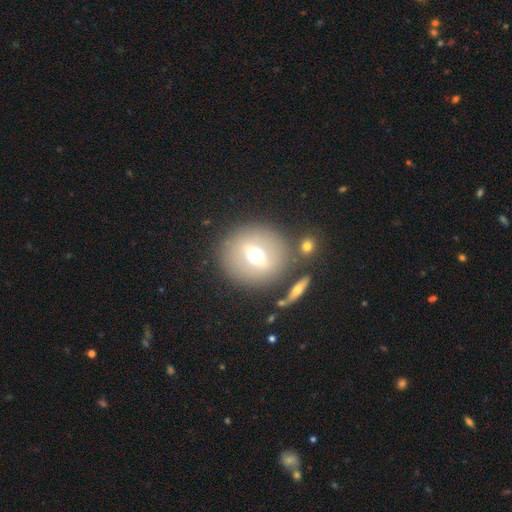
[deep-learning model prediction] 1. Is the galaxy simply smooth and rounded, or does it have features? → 51% smooth, 36% featured or disk, 13% star or artifact.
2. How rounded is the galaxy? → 83% round, 15% in between, 2% cigar-shaped.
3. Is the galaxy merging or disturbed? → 77% none, 10% minor disturbance, 8% merger, 5% major disturbance.